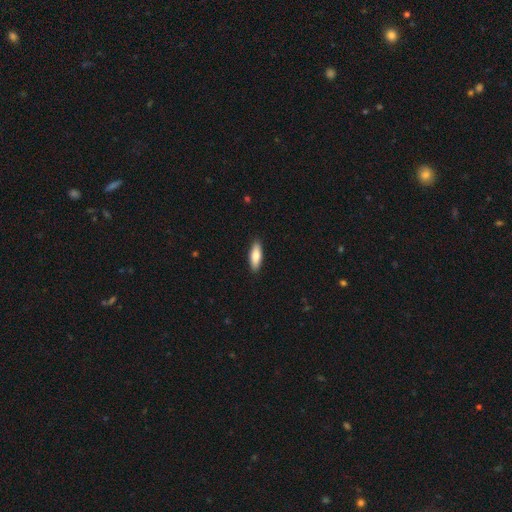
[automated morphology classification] type=smooth (81%); roundness=in between (60%); merging=none (90%).